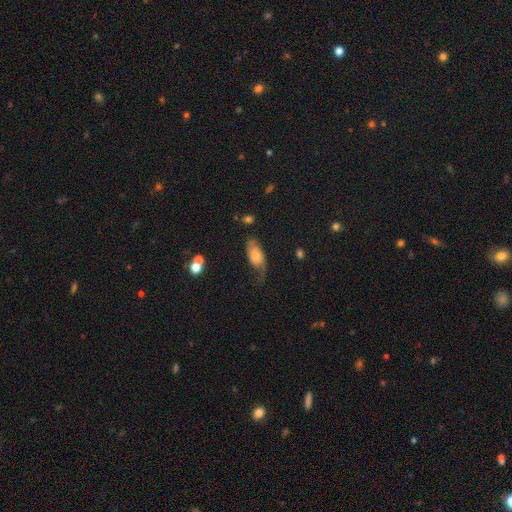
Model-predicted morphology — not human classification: Q: Smooth or featured?
A: smooth (47%); runner-up: featured or disk (45%)
Q: Merging?
A: none (44%); runner-up: minor disturbance (30%)